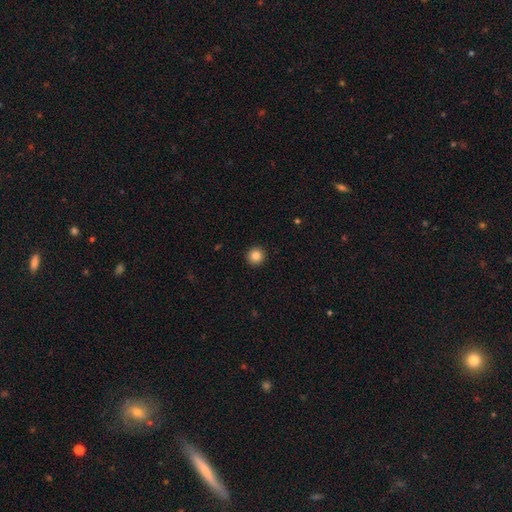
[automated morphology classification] type=smooth (85%); roundness=round (96%); merging=none (93%).